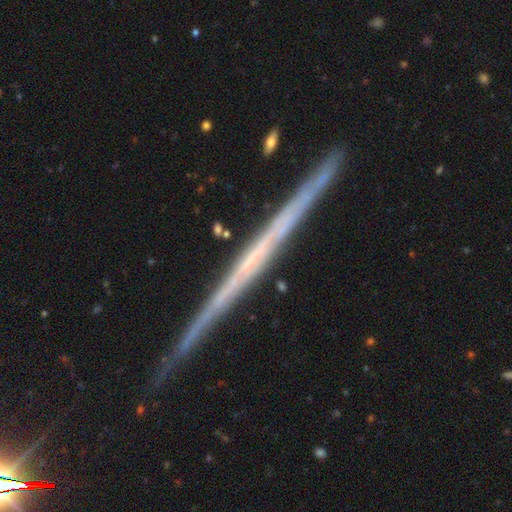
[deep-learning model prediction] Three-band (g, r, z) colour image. It shows a featured or disk galaxy (73%) viewed edge-on (98%) with no central bulge (89%). Merging: none (88%).